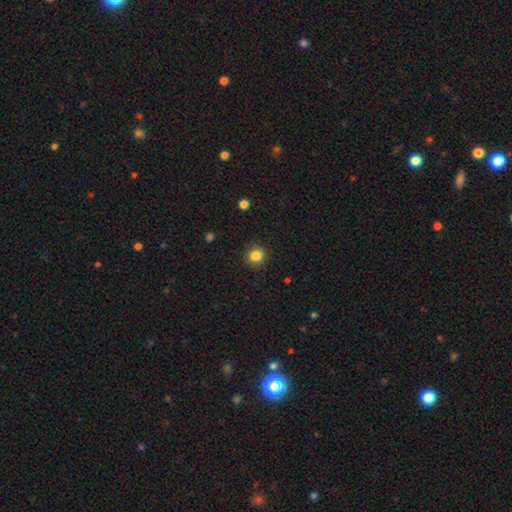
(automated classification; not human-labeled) Smooth or featured? smooth (85%)
How rounded? round (89%)
Merging? none (90%)